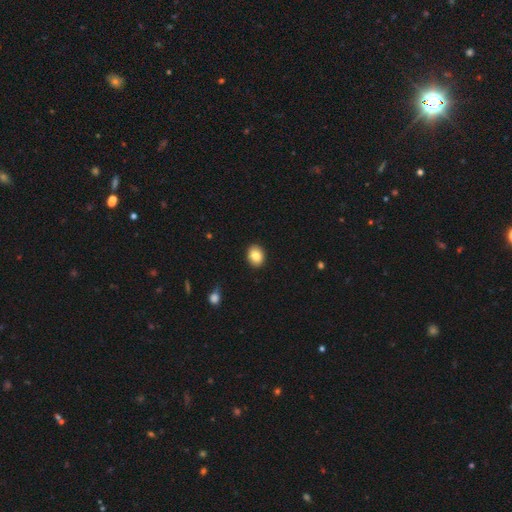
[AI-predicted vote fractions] This is clearly a smooth galaxy (86%). How rounded: possibly in between (52%). Merging: clearly none (90%).